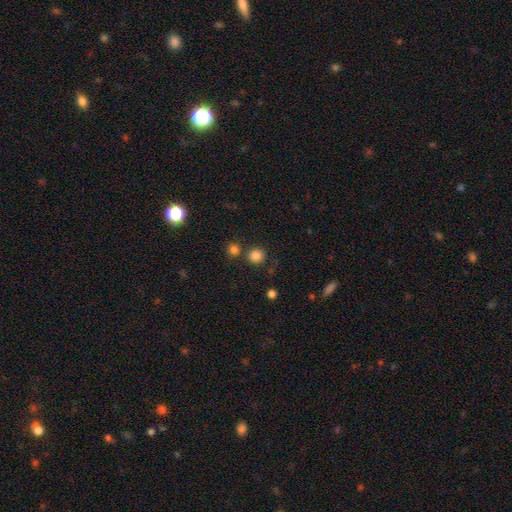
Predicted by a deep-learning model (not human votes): A smooth galaxy with no disk features (82%) that is round (92%).

Vote fractions:
- Smooth or featured? smooth: 82% / star or artifact: 13% / featured or disk: 4%
- How rounded? round: 92% / in between: 7% / cigar-shaped: 1%
- Merging? none: 77% / merger: 12% / minor disturbance: 8% / major disturbance: 3%